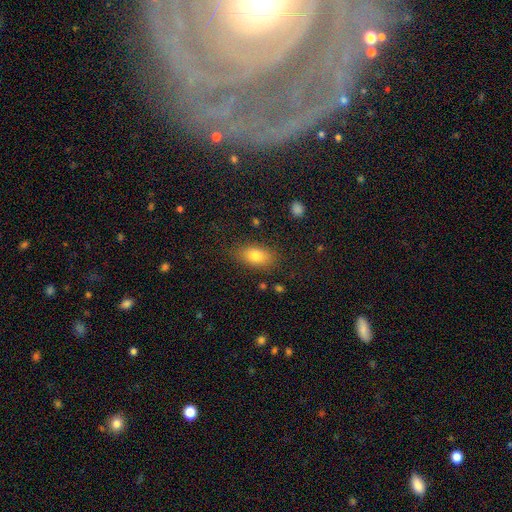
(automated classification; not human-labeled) smooth-or-featured: smooth: 80% | featured or disk: 11% | star or artifact: 9%
  how-rounded: in between: 87% | round: 9% | cigar-shaped: 4%
  merging: none: 83% | minor disturbance: 12% | major disturbance: 4% | merger: 2%